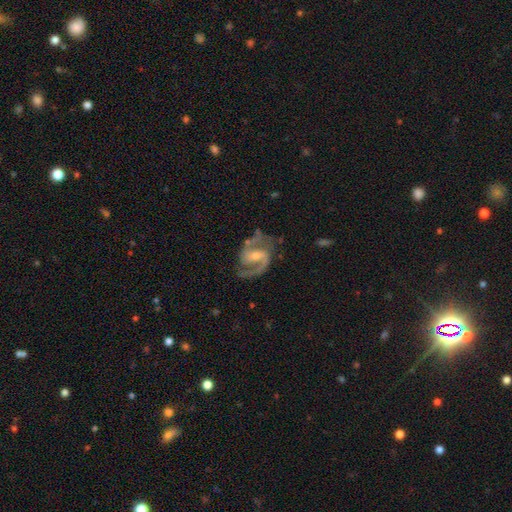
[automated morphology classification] The model was most divided on "bulge size": small: 49%, moderate: 45%, none: 3%, large: 2%, dominant: 1%. Remaining: edge-on disk — no (98%); spiral arms — yes (98%); smooth or featured — featured or disk (91%); spiral arm count — 2 (90%); merging — none (71%); spiral winding — medium (61%); bar — weak (48%).